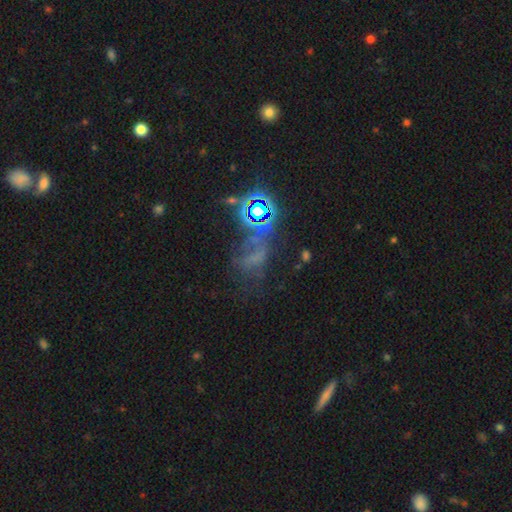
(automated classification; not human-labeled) Smooth or featured: star or artifact — 51% (featured or disk — 26%)